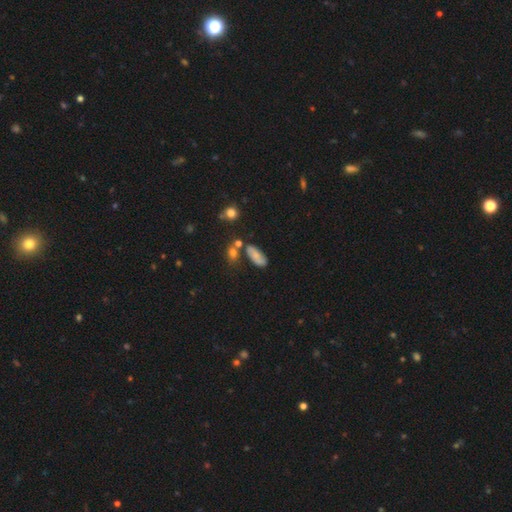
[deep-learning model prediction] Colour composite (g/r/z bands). It shows a smooth galaxy with no disk features (65%) that is in between round and cigar-shaped (81%). Merging: none (58%).